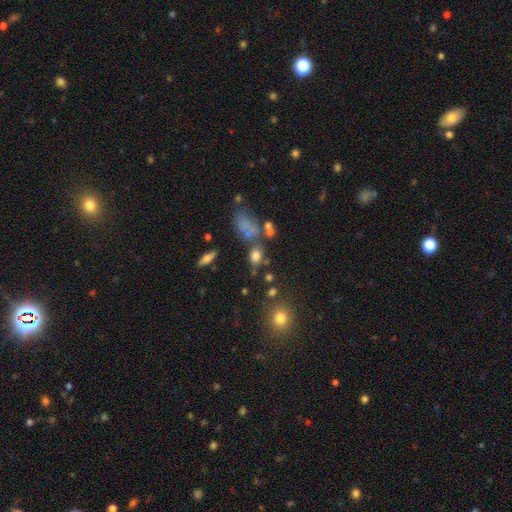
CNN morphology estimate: Smooth or featured?
  - smooth: 73% *
  - star or artifact: 15%
  - featured or disk: 11%
How rounded?
  - in between: 56% *
  - round: 41%
  - cigar-shaped: 3%
Merging?
  - none: 61% *
  - merger: 18%
  - minor disturbance: 14%
  - major disturbance: 7%